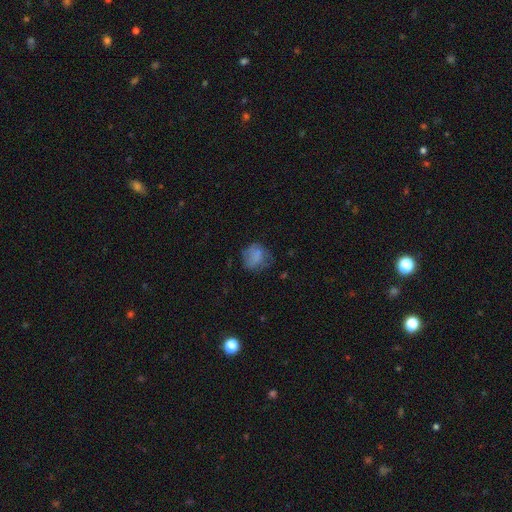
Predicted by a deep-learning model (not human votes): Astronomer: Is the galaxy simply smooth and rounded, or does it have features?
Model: smooth — 70%.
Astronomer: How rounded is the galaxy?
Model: round — 69%.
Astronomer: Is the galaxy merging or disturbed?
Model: none — 53%.